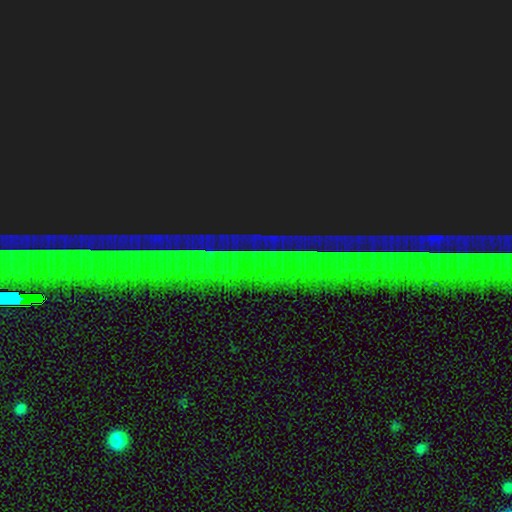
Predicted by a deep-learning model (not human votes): A star or artifact, not a galaxy (85%).

Vote fractions:
- Smooth or featured? star or artifact: 85% / featured or disk: 8% / smooth: 7%